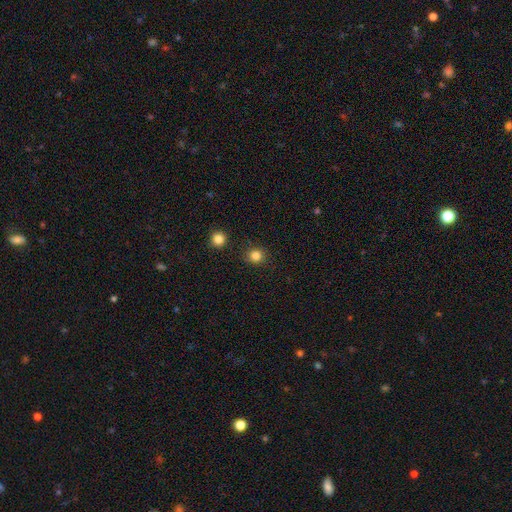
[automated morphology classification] A smooth galaxy with no disk features (83%) that is round (90%).

Vote fractions:
- Smooth or featured? smooth: 83% / star or artifact: 13% / featured or disk: 4%
- How rounded? round: 90% / in between: 9% / cigar-shaped: 1%
- Merging? none: 90% / minor disturbance: 6% / merger: 2% / major disturbance: 2%